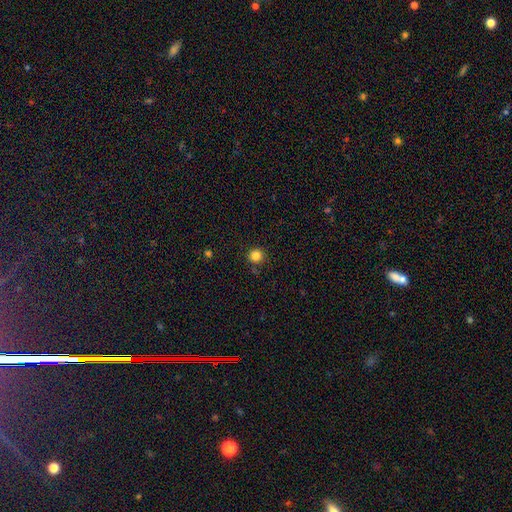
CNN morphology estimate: A smooth galaxy with no disk features (84%) that is round (93%). Merging: none (88%).